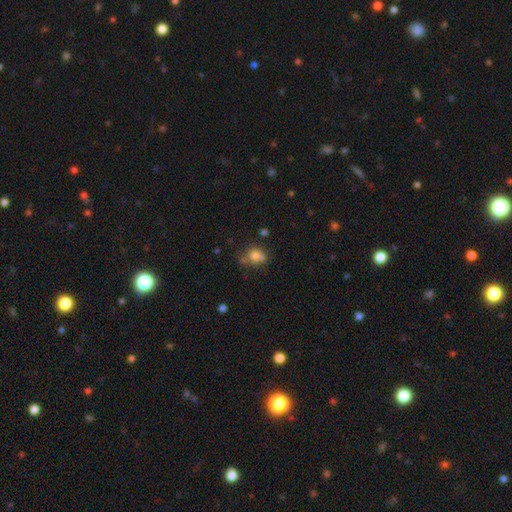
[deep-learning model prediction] Overall: smooth (76%). How rounded: round (68%; in between 31%). Merging: none (51%; merger 23%).